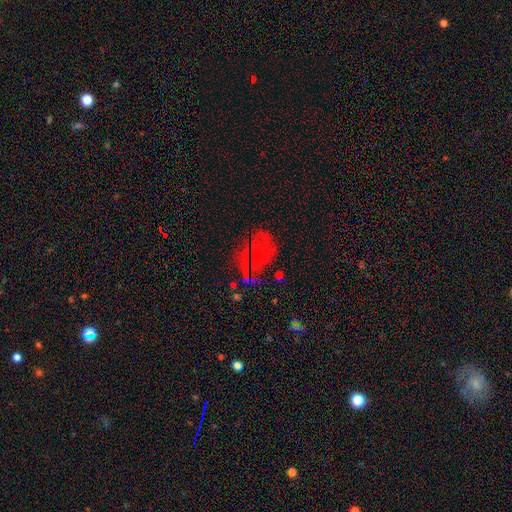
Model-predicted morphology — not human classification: Overall: featured or disk (47%; smooth 28%). Merging: none (50%; major disturbance 24%).